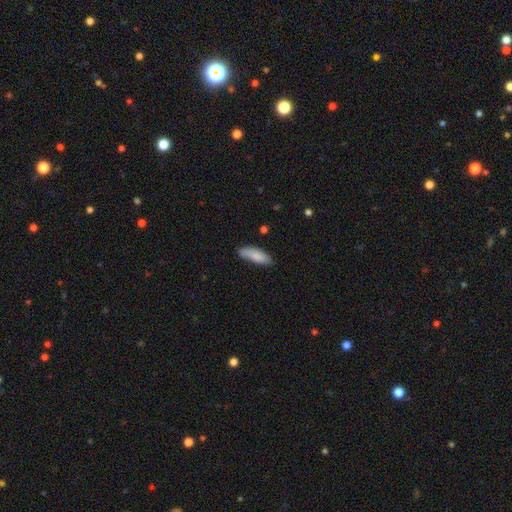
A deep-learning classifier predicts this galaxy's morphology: This appears to be a smooth galaxy with no disk features (83%) that is in between round and cigar-shaped (59%). Merging: none (70%).